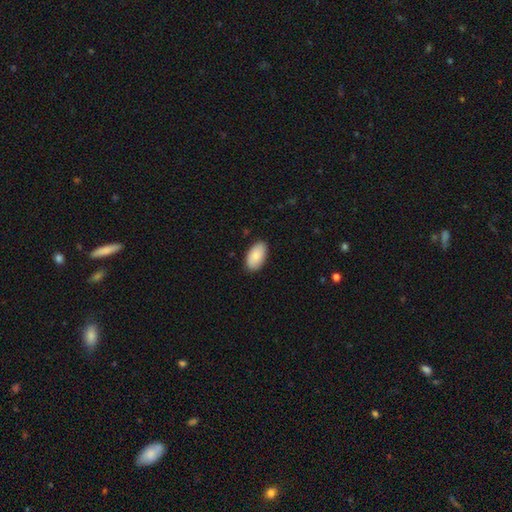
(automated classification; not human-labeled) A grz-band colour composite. It shows a smooth galaxy with no disk features (86%) that is in between round and cigar-shaped (95%). Merging: none (87%).